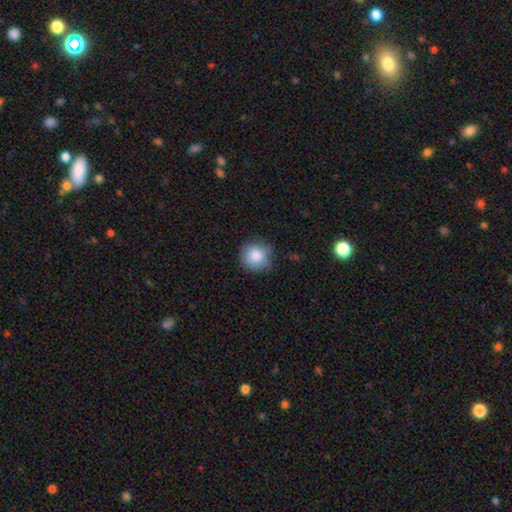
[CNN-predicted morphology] A smooth galaxy with no disk features (85%) that is round (92%).

Vote fractions:
- Smooth or featured? smooth: 85% / star or artifact: 8% / featured or disk: 7%
- How rounded? round: 92% / in between: 7% / cigar-shaped: 1%
- Merging? none: 80% / minor disturbance: 15% / major disturbance: 3% / merger: 1%